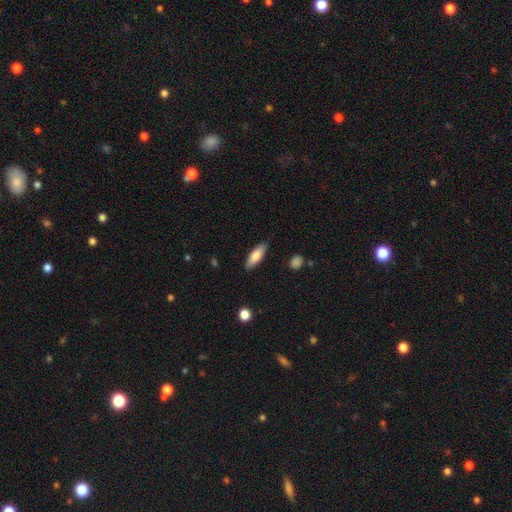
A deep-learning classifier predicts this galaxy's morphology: Smooth or featured? smooth (78%)
How rounded? in between (57%)
Merging? none (87%)